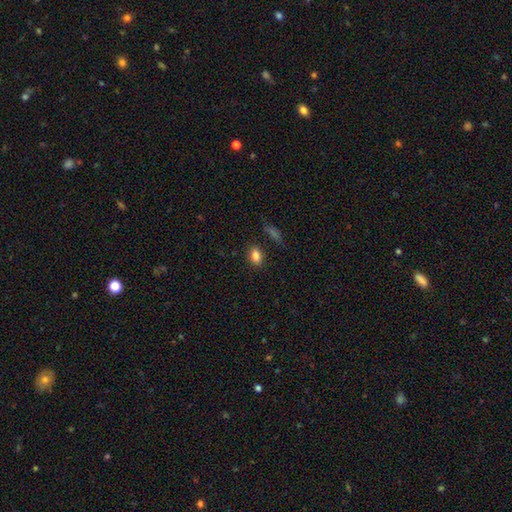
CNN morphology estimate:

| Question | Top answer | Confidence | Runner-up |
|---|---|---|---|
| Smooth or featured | smooth | 84% | star or artifact (10%) |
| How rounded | in between | 80% | round (17%) |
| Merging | none | 84% | minor disturbance (11%) |